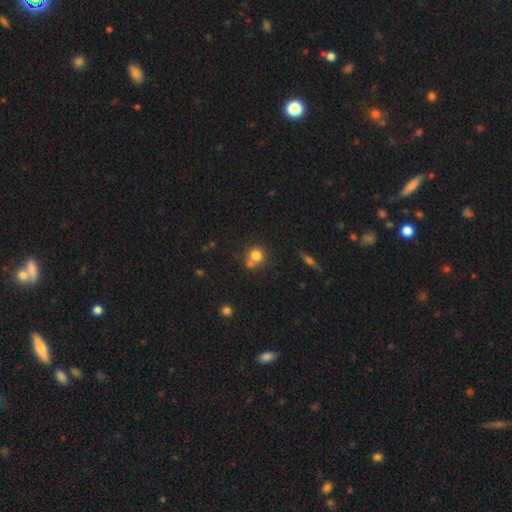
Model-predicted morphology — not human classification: Q: Smooth or featured?
A: smooth (77%); runner-up: star or artifact (12%)
Q: How rounded?
A: round (86%); runner-up: in between (13%)
Q: Merging?
A: none (53%); runner-up: merger (33%)